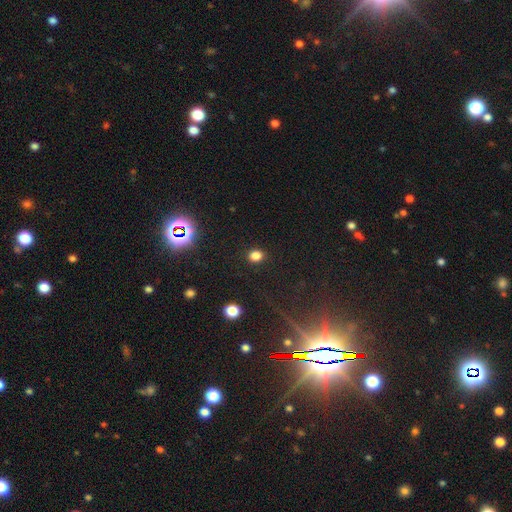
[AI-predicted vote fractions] This appears to be a smooth galaxy with no disk features (80%) that is round (61%). Merging: none (89%).